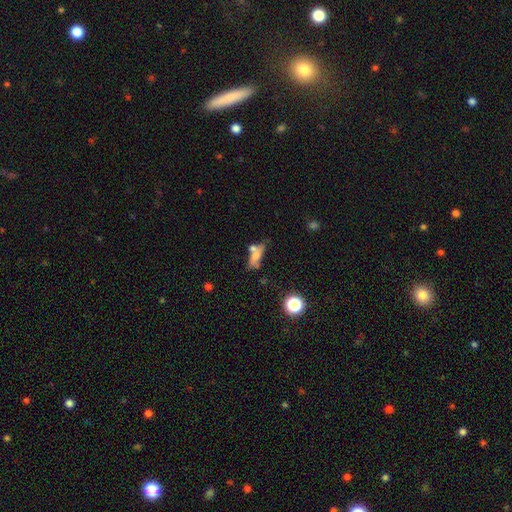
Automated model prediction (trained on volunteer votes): This is possibly a smooth galaxy (57%). How rounded: likely in between (62%). Merging: marginally none (38%).